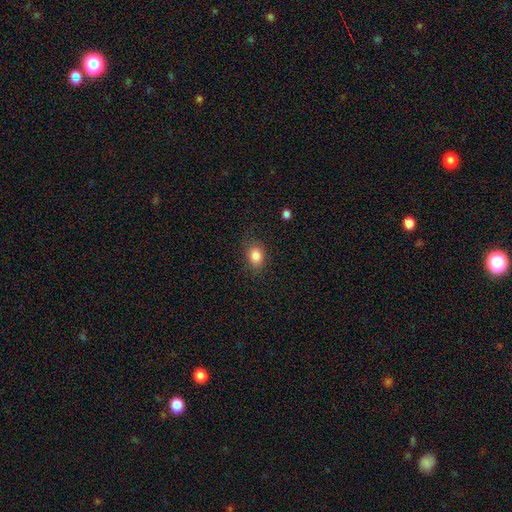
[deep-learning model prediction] Morphology: type=smooth (85%); roundness=in between (66%); merging=none (83%).